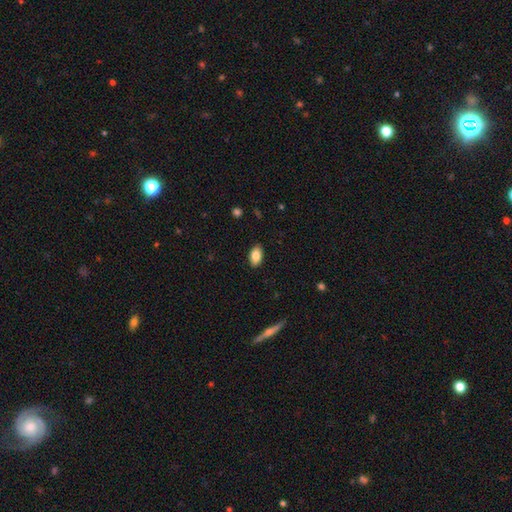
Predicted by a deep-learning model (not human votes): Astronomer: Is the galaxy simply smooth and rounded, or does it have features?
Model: smooth — 85%.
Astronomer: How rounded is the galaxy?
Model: in between — 93%.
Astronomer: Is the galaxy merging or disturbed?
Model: none — 88%.